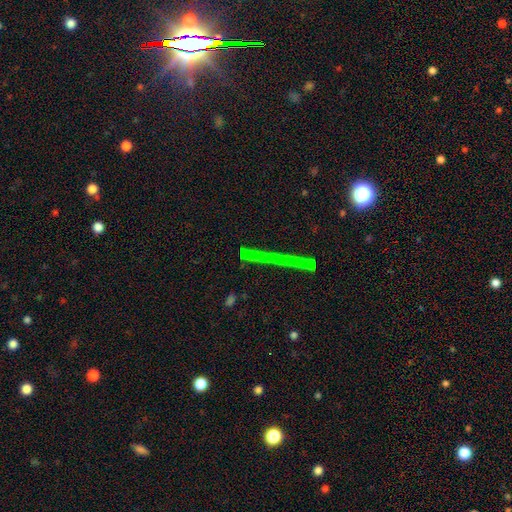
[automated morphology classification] smooth_or_featured: star or artifact (p=0.55) [alt: featured or disk p=0.27]